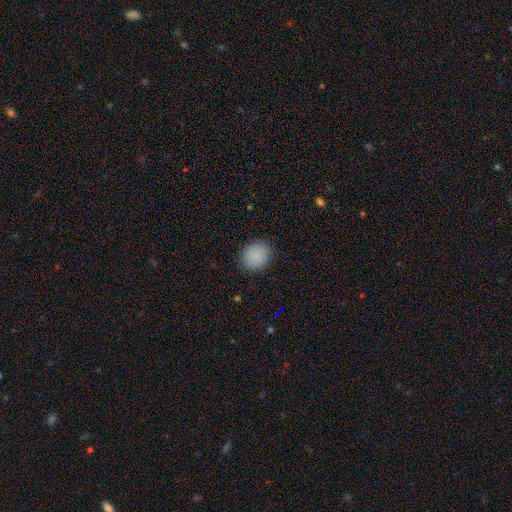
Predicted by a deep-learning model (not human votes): Morphology: type=smooth (87%); roundness=round (66%); merging=none (87%).